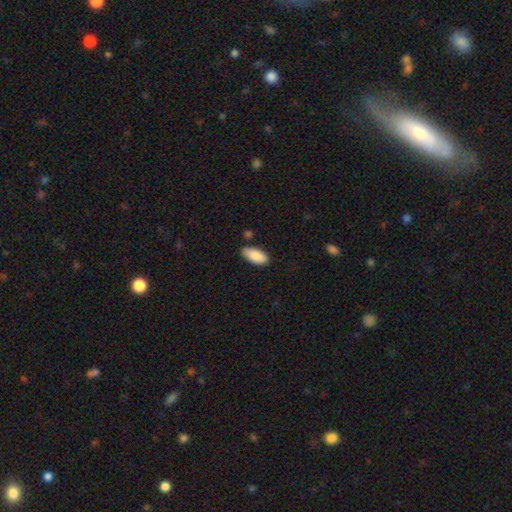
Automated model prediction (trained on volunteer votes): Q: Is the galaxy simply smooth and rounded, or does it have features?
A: smooth — 89%.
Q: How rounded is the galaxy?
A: in between — 91%.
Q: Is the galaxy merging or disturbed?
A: none — 82%.